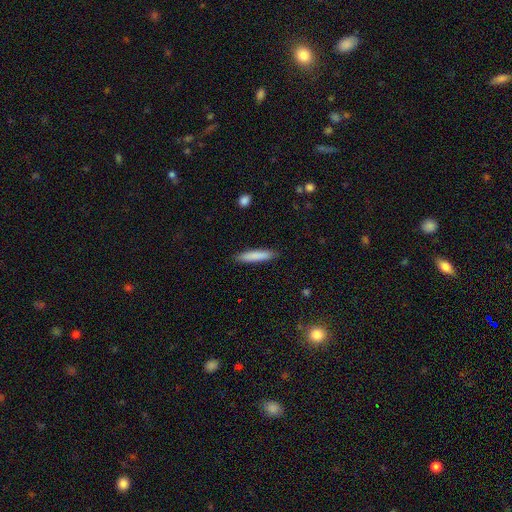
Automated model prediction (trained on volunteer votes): This is clearly a smooth galaxy (83%). How rounded: clearly cigar-shaped (90%). Merging: clearly none (89%).